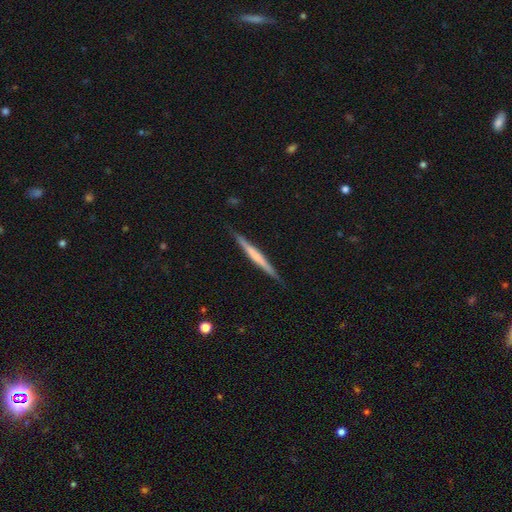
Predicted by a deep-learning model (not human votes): Smooth or featured? featured or disk (57%)
Edge-on disk? yes (98%)
Edge-on bulge? none (59%)
Merging? none (89%)